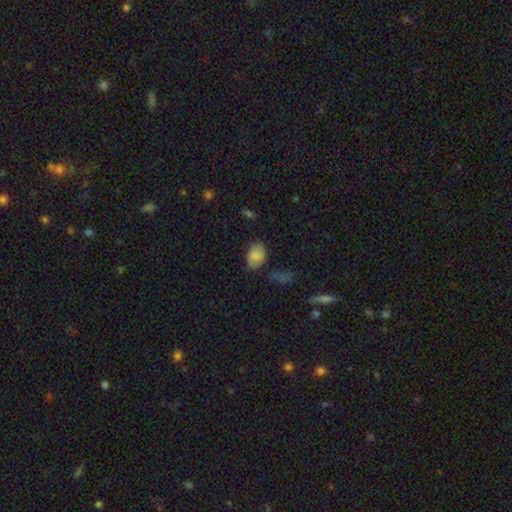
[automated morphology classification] type=smooth (81%); roundness=in between (76%); merging=none (68%).